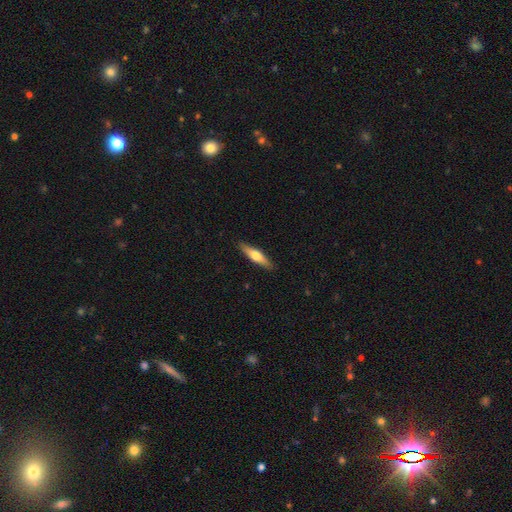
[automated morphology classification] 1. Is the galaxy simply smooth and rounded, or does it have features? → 51% smooth, 44% featured or disk, 5% star or artifact.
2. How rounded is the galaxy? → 75% cigar-shaped, 23% in between, 2% round.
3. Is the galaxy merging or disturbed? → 90% none, 8% minor disturbance, 2% major disturbance, 1% merger.